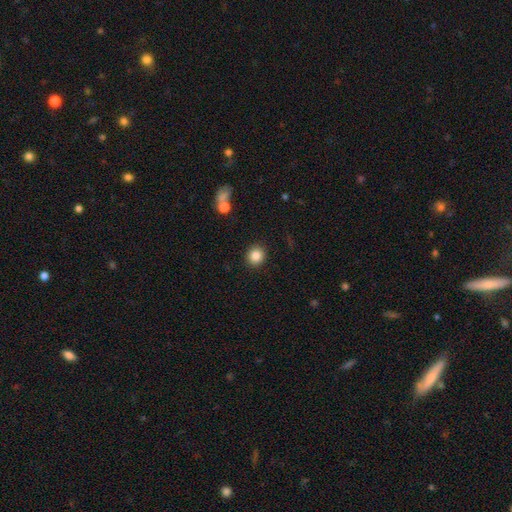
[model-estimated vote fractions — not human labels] smooth 85%, star or artifact 10%, featured or disk 5%. Down the decision tree: how rounded — round (84%); merging — none (90%).